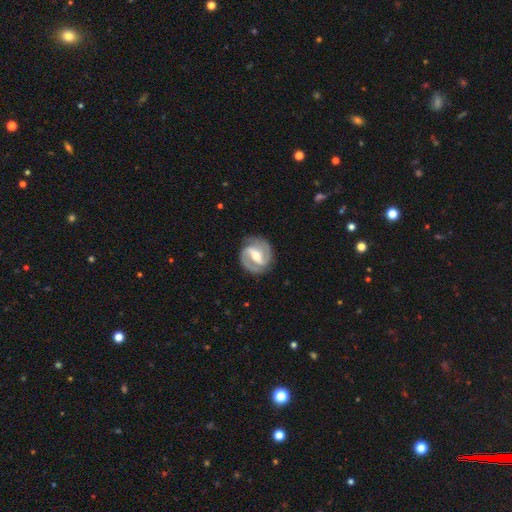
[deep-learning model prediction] Morphology: type=featured or disk (87%); edge-on=no (97%); bar=strong (54%); spiral arms=yes (96%); winding=medium (47%); arm count=2 (90%); bulge=moderate (59%); merging=none (84%).